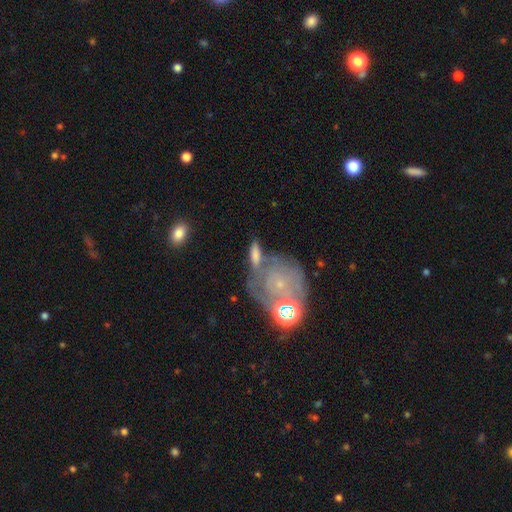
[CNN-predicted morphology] type=smooth (44%); merging=none (43%).